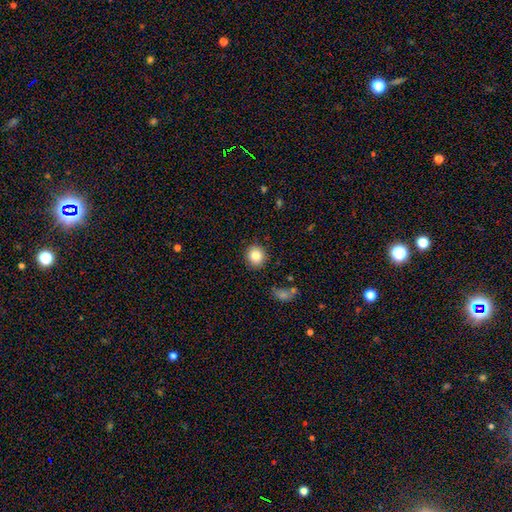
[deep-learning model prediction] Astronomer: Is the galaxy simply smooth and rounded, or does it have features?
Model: smooth — 83%.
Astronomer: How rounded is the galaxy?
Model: round — 89%.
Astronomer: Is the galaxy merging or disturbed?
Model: none — 89%.